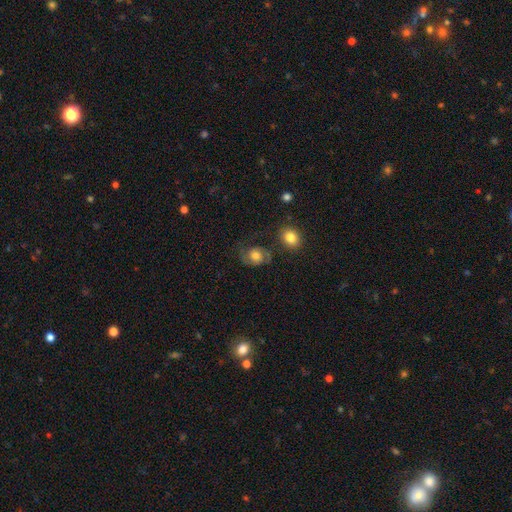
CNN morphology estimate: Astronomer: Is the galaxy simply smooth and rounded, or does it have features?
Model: featured or disk — 53% (runner-up: smooth, 37%).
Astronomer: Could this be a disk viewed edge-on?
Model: no — 97%.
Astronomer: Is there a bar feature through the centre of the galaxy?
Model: no — 75%.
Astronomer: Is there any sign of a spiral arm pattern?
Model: yes — 87%.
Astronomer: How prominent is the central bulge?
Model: moderate — 62%.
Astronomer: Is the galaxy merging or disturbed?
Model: none — 62%.